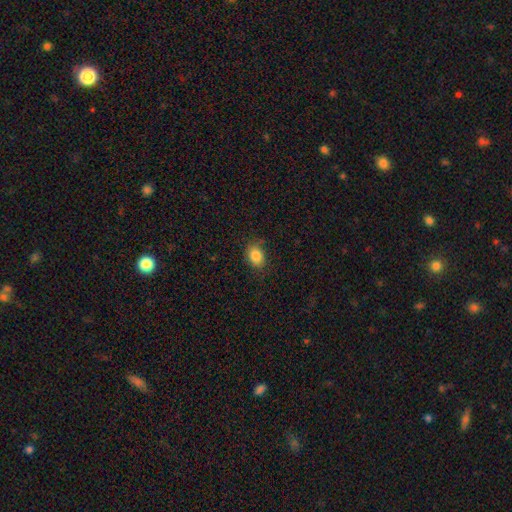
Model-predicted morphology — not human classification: Q: Smooth or featured?
A: smooth (85%); runner-up: star or artifact (9%)
Q: How rounded?
A: in between (63%); runner-up: round (36%)
Q: Merging?
A: none (77%); runner-up: minor disturbance (17%)